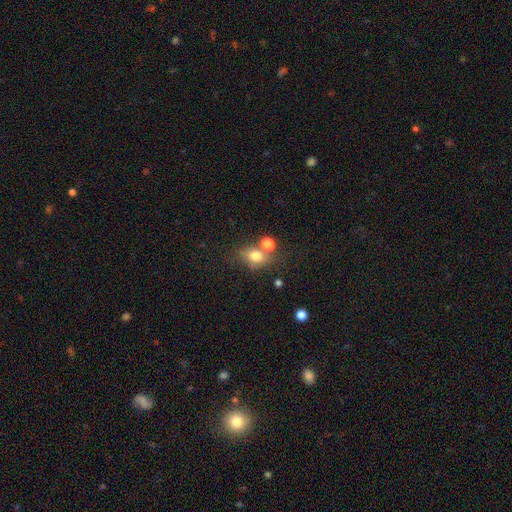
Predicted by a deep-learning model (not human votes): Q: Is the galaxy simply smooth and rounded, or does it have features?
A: smooth — 75%.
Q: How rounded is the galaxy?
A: in between — 53%.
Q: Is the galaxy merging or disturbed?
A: none — 50%.